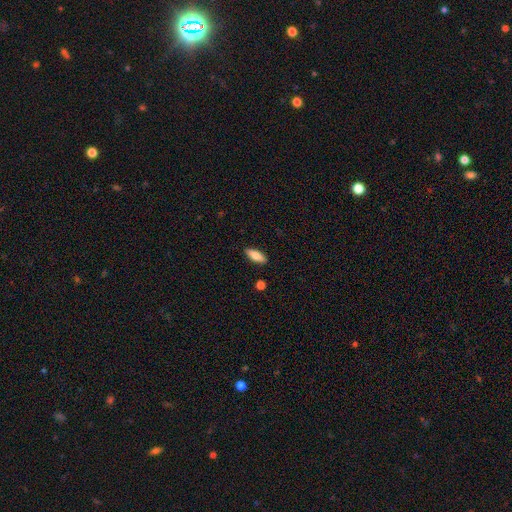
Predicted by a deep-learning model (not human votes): smooth-or-featured: smooth: 80% | featured or disk: 13% | star or artifact: 6%
  how-rounded: in between: 69% | cigar-shaped: 29% | round: 2%
  merging: none: 88% | minor disturbance: 9% | major disturbance: 2% | merger: 2%